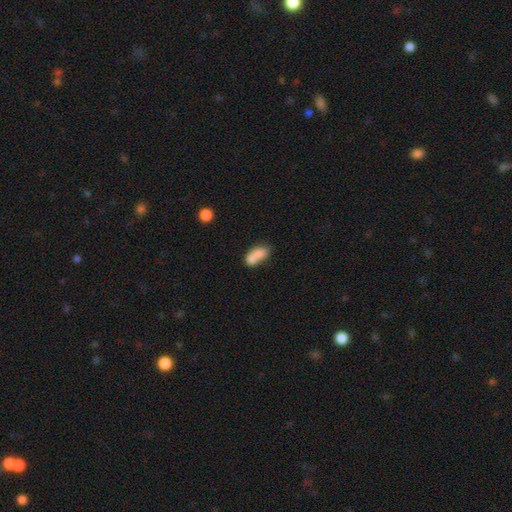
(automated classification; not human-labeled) Overall: smooth (72%). How rounded: in between (81%). Merging: merger (59%; none 25%).